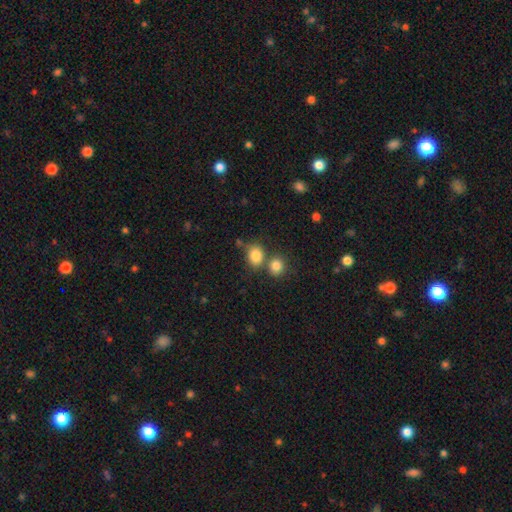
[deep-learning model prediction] A smooth galaxy with no disk features (84%) that is round (50%). Merging: none (55%).